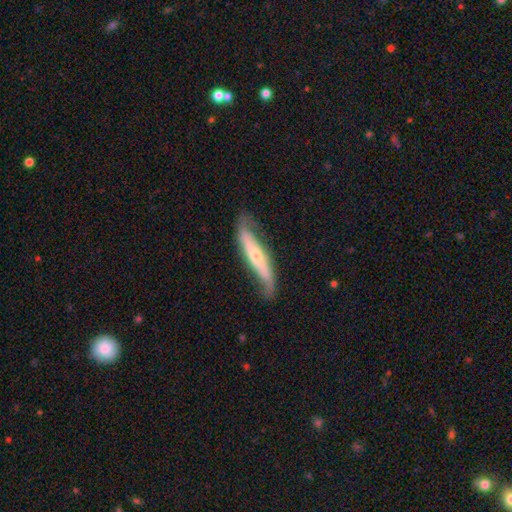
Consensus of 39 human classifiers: Morphology: type=featured or disk (79%); edge-on=no (55%); bar=no (59%); spiral arms=yes (82%); winding=loose (79%); arm count=2 (100%); bulge=small (82%); merging=none (66%).